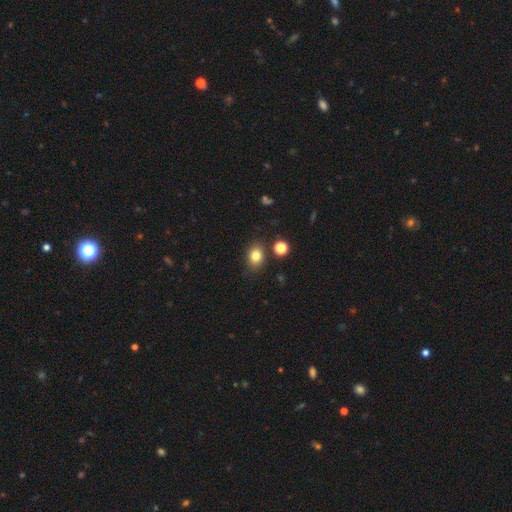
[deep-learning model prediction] Overall: smooth (81%). How rounded: in between (52%; round 47%). Merging: none (82%).